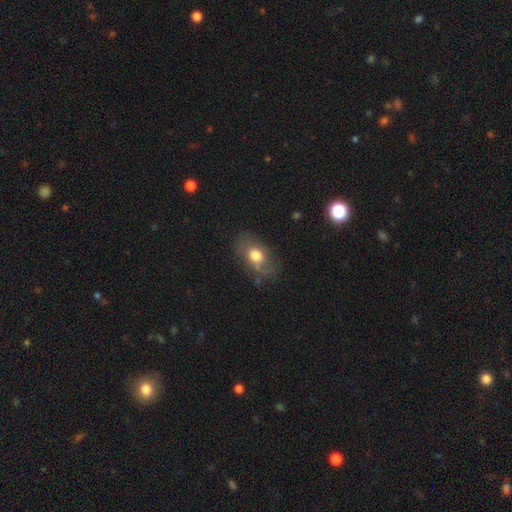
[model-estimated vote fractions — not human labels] This is likely a smooth galaxy (62%). How rounded: likely in between (77%). Merging: likely none (60%).